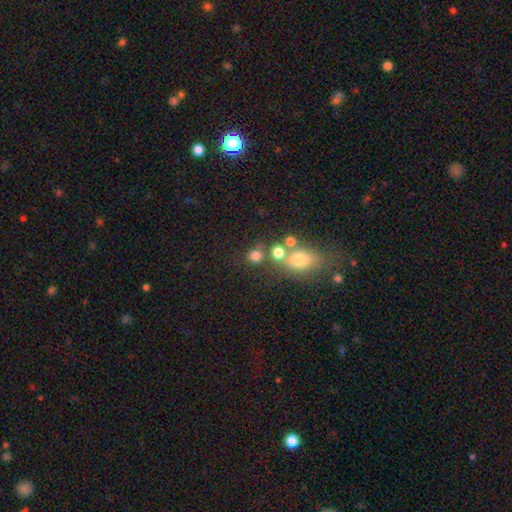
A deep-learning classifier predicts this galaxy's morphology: Smooth or featured? Predicted: smooth (p=0.74). How rounded? Predicted: round (p=0.82). Merging? Predicted: none (p=0.61).